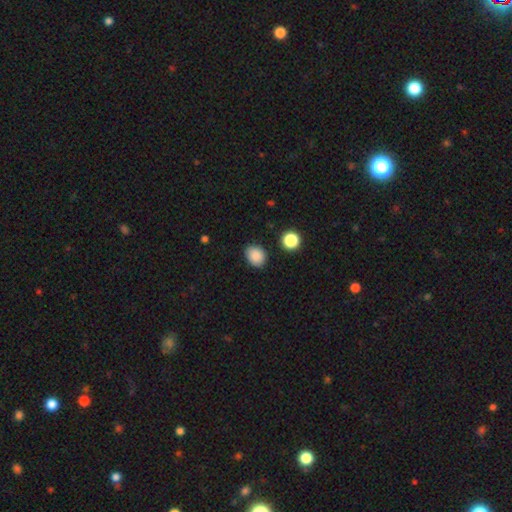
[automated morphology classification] Overall: smooth (87%). How rounded: in between (53%; round 46%). Merging: none (85%).